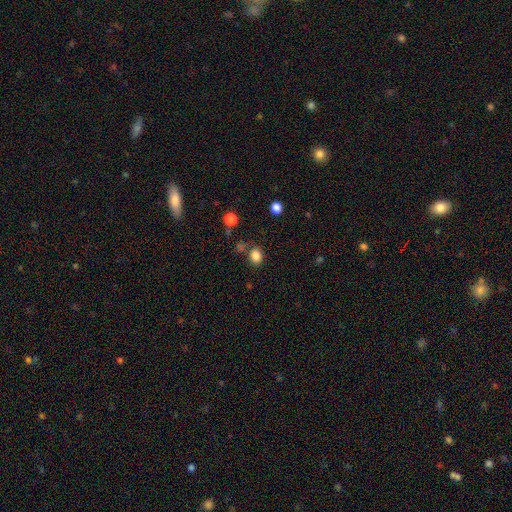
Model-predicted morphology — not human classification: smooth 83%, star or artifact 12%, featured or disk 4%. Down the decision tree: how rounded — round (50%); merging — none (75%).